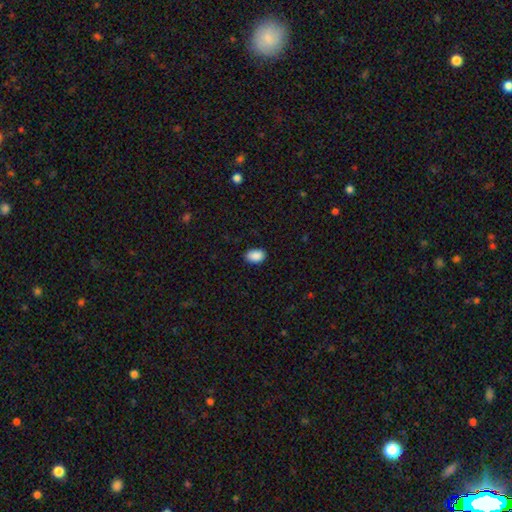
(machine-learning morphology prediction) smooth-or-featured: smooth: 90% | star or artifact: 8% | featured or disk: 3%
  how-rounded: in between: 87% | round: 11% | cigar-shaped: 1%
  merging: none: 86% | minor disturbance: 11% | major disturbance: 2% | merger: 1%